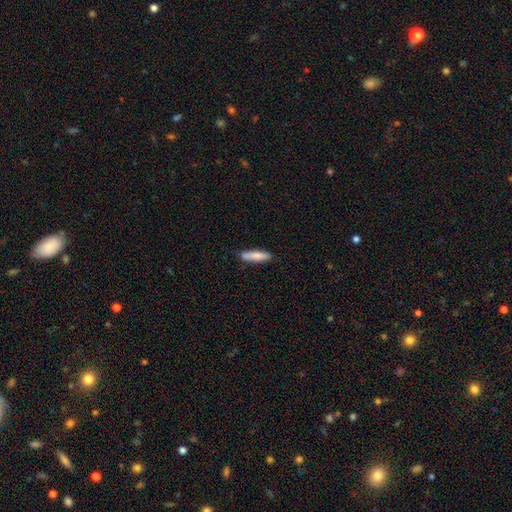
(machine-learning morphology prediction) Smooth or featured: smooth — 83% (featured or disk — 12%)
How rounded: cigar-shaped — 77% (in between — 22%)
Merging: none — 83% (minor disturbance — 14%)